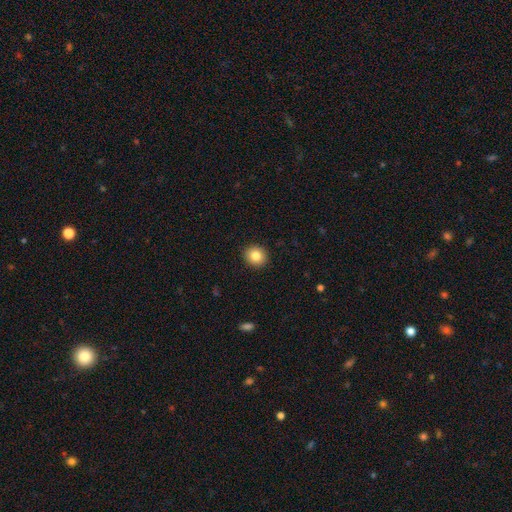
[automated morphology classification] The model was most divided on "how rounded": round: 85%, in between: 14%, cigar-shaped: 1%. More confident: merging — none (92%); smooth or featured — smooth (83%).